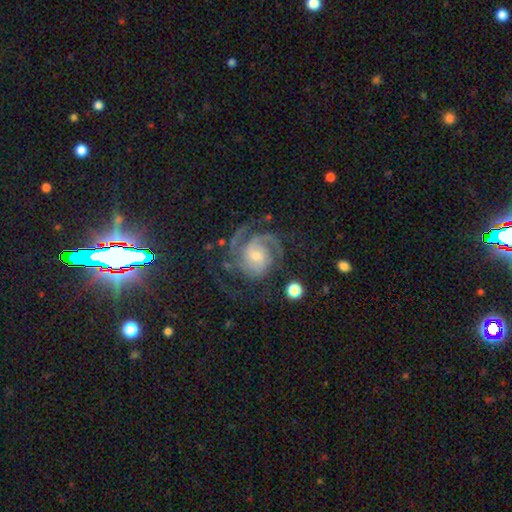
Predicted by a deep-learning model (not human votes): Smooth or featured?
  - featured or disk: 87% *
  - star or artifact: 6%
  - smooth: 6%
Edge-on disk?
  - no: 98% *
  - yes: 2%
Bar?
  - no: 64% *
  - weak: 29%
  - strong: 7%
Spiral arms?
  - yes: 97% *
  - no: 3%
Spiral winding?
  - tight: 51% *
  - medium: 39%
  - loose: 10%
Spiral arm count?
  - 2: 35% *
  - 3: 30%
  - can't tell: 16%
  - 1: 8%
  - 4: 7%
  - more than 4: 6%
Bulge size?
  - small: 56% *
  - moderate: 37%
  - large: 4%
  - none: 2%
  - dominant: 1%
Merging?
  - none: 64% *
  - minor disturbance: 17%
  - major disturbance: 17%
  - merger: 2%